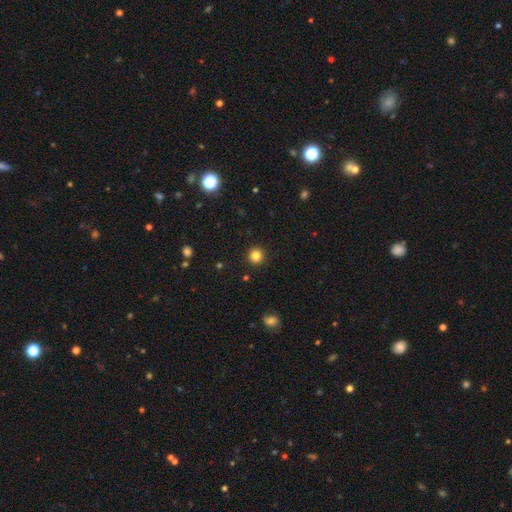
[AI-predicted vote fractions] Morphology: type=smooth (84%); roundness=round (95%); merging=none (93%).